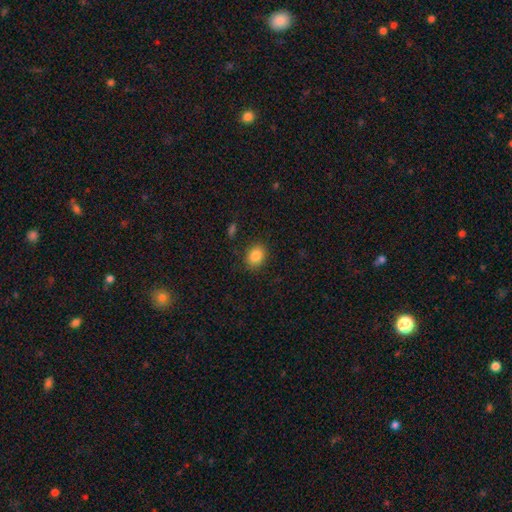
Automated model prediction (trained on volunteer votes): A smooth galaxy with no disk features (86%) that is in between round and cigar-shaped (60%).

Vote fractions:
- Smooth or featured? smooth: 86% / star or artifact: 9% / featured or disk: 5%
- How rounded? in between: 60% / round: 39% / cigar-shaped: 1%
- Merging? none: 86% / minor disturbance: 10% / major disturbance: 3% / merger: 1%